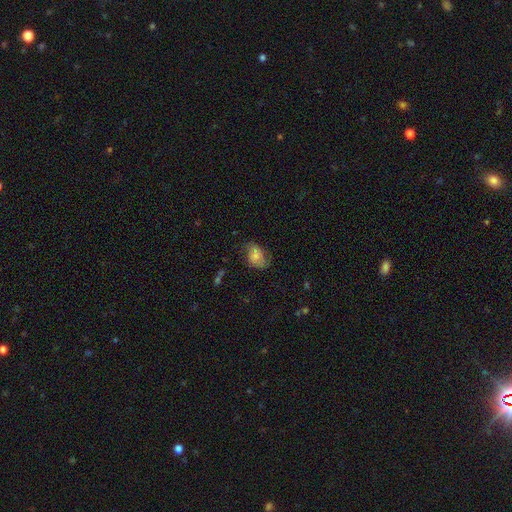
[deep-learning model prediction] This is likely a smooth galaxy (65%). How rounded: likely in between (80%). Merging: possibly none (53%).